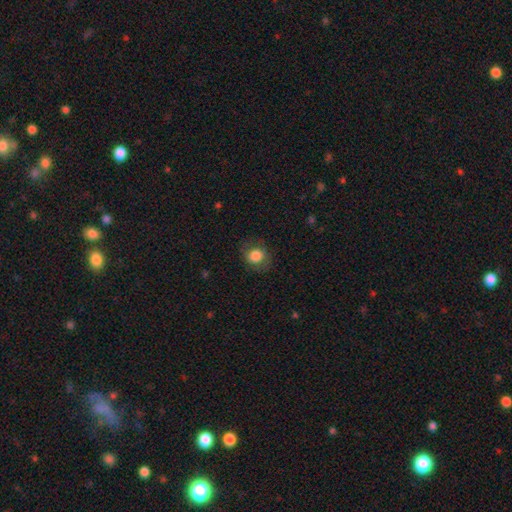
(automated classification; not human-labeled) This appears to be a smooth galaxy with no disk features (83%) that is round (78%). Merging: none (78%).